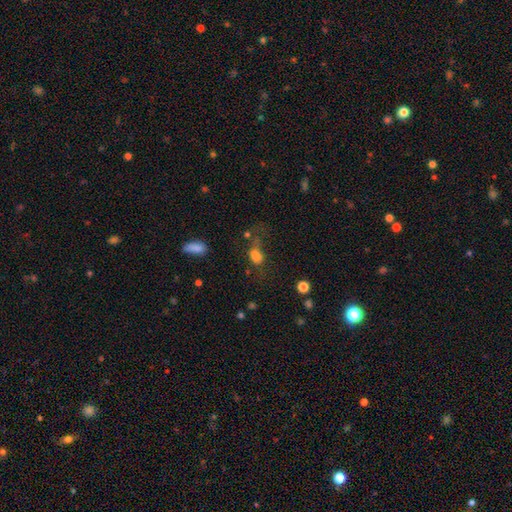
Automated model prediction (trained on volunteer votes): A smooth galaxy with no disk features (75%) that is in between round and cigar-shaped (72%).

Vote fractions:
- Smooth or featured? smooth: 75% / star or artifact: 14% / featured or disk: 11%
- How rounded? in between: 72% / round: 24% / cigar-shaped: 3%
- Merging? none: 36% / major disturbance: 32% / minor disturbance: 21% / merger: 11%